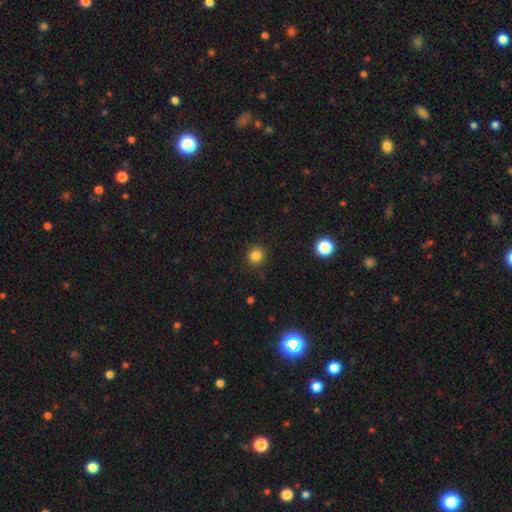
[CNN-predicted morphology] This appears to be a smooth galaxy with no disk features (83%) that is round (93%). Merging: none (91%).